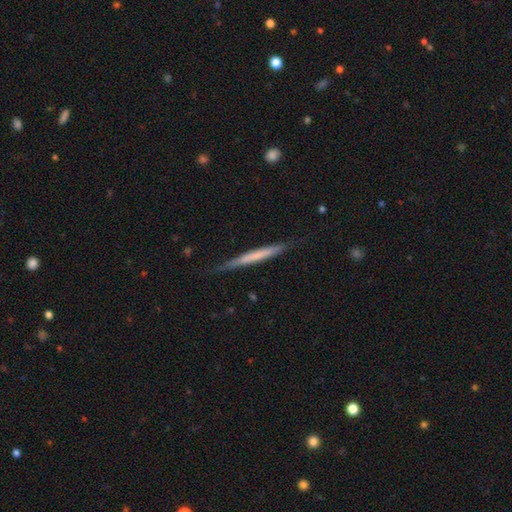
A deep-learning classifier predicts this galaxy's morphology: Smooth or featured? Predicted: smooth (p=0.51). How rounded? Predicted: cigar-shaped (p=0.97). Merging? Predicted: none (p=0.80).